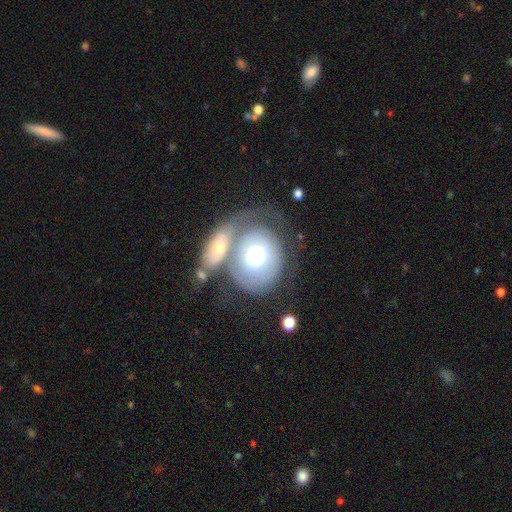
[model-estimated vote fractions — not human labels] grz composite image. It shows a featured or disk galaxy (47%, tied with smooth). Merging: merger (45%).